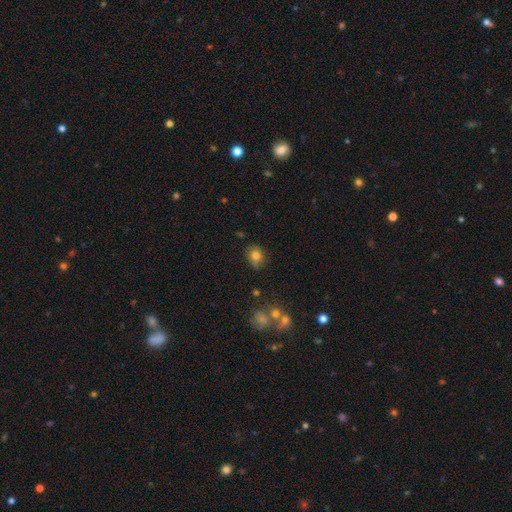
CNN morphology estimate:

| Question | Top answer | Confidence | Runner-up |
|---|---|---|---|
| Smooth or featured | smooth | 79% | star or artifact (11%) |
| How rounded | round | 61% | in between (38%) |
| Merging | none | 71% | minor disturbance (21%) |